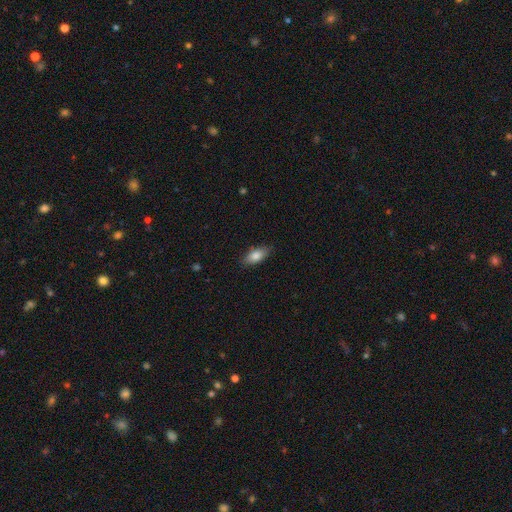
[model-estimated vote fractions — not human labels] Smooth or featured?
  - smooth: 81% *
  - featured or disk: 12%
  - star or artifact: 7%
How rounded?
  - in between: 85% *
  - cigar-shaped: 12%
  - round: 3%
Merging?
  - none: 85% *
  - minor disturbance: 12%
  - major disturbance: 2%
  - merger: 1%